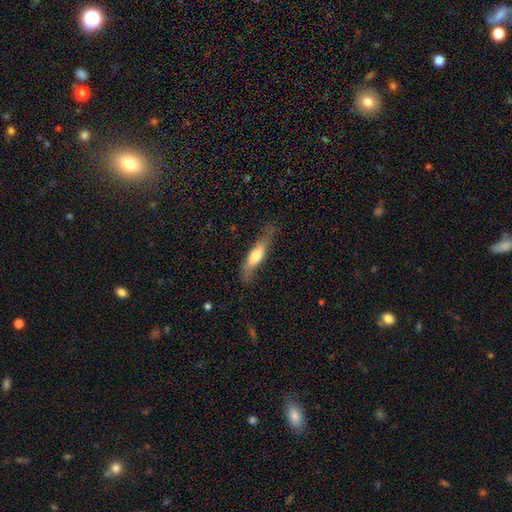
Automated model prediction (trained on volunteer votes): Smooth or featured: smooth — 55% (featured or disk — 39%)
How rounded: cigar-shaped — 63% (in between — 35%)
Merging: none — 66% (minor disturbance — 24%)